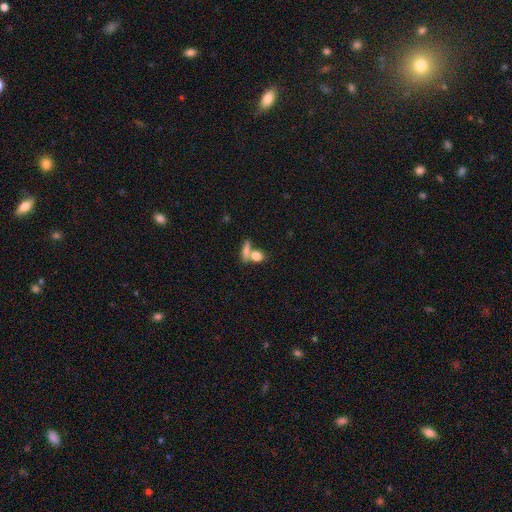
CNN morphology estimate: Smooth or featured?
  - smooth: 79% *
  - featured or disk: 12%
  - star or artifact: 9%
How rounded?
  - in between: 50% *
  - round: 38%
  - cigar-shaped: 12%
Merging?
  - none: 44% *
  - merger: 43%
  - minor disturbance: 9%
  - major disturbance: 5%